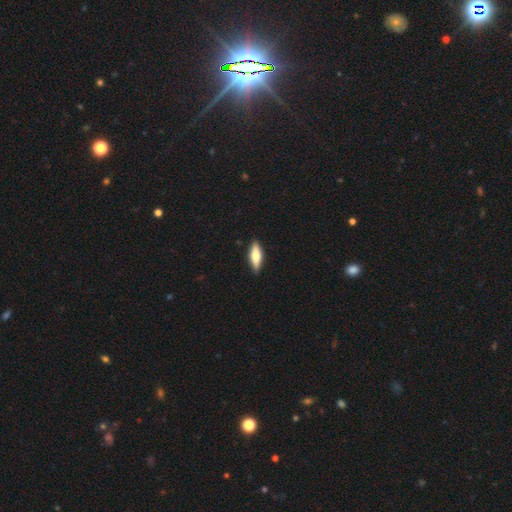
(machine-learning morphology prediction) Overall: smooth (61%; featured or disk 33%). How rounded: in between (54%; cigar-shaped 44%). Merging: none (89%).